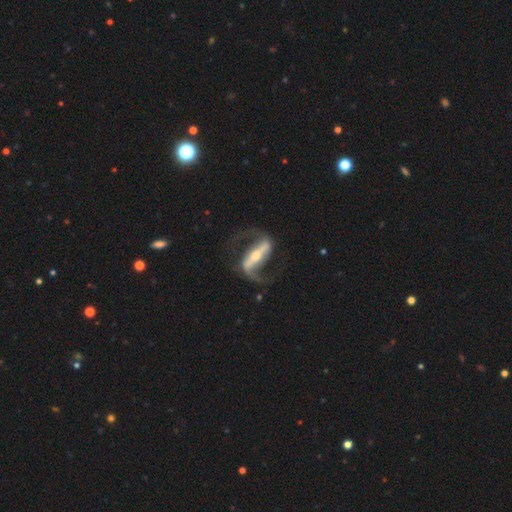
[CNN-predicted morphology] The model was most divided on "spiral winding": loose: 51%, medium: 38%, tight: 11%. More confident: spiral arms — yes (94%); spiral arm count — 2 (92%); smooth or featured — featured or disk (90%); edge-on disk — no (89%); bar — strong (78%); merging — none (74%); bulge size — small (55%).